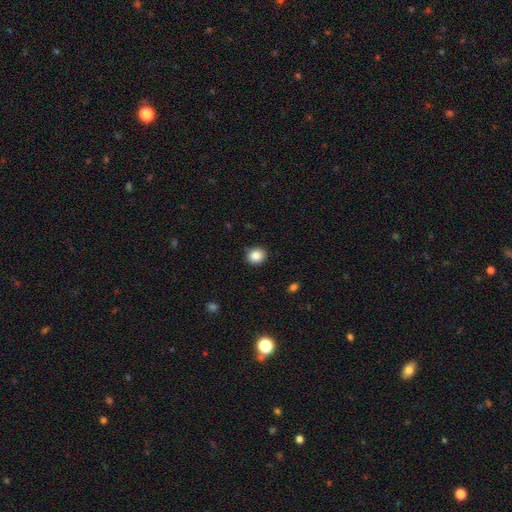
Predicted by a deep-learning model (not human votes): smooth_or_featured: smooth (p=0.86) [alt: star or artifact p=0.09]
how_rounded: round (p=0.84) [alt: in between p=0.15]
merging: none (p=0.89) [alt: minor disturbance p=0.08]